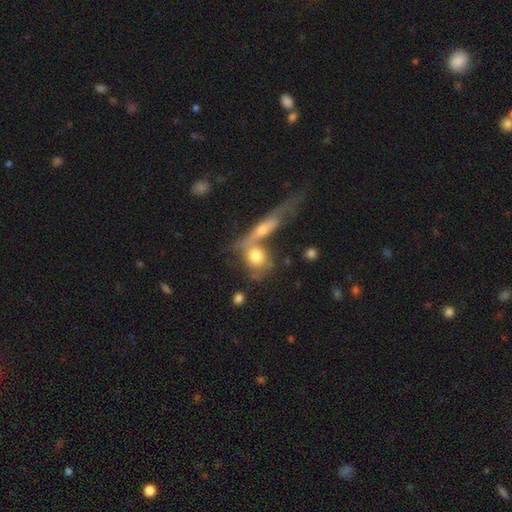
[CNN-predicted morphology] Overall: smooth (65%; featured or disk 27%). How rounded: round (58%; in between 33%). Merging: merger (48%; none 32%).